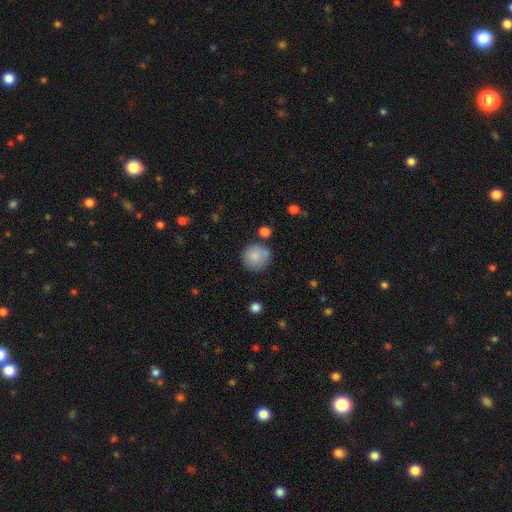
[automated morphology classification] This appears to be a smooth galaxy with no disk features (84%) that is round (93%). Merging: none (74%).